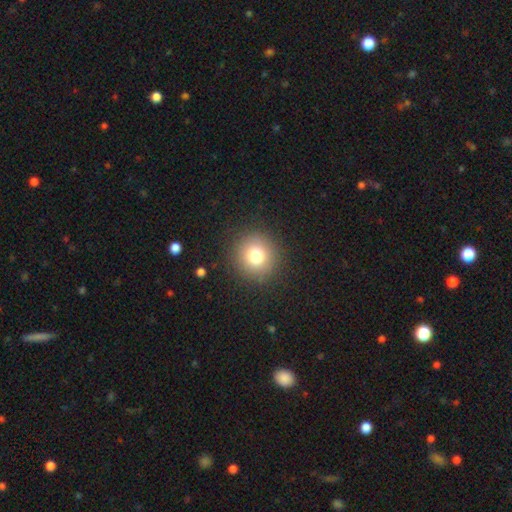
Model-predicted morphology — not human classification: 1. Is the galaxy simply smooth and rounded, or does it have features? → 78% smooth, 13% star or artifact, 10% featured or disk.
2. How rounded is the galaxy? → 93% round, 6% in between, 1% cigar-shaped.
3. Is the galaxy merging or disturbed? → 90% none, 6% minor disturbance, 3% major disturbance, 1% merger.